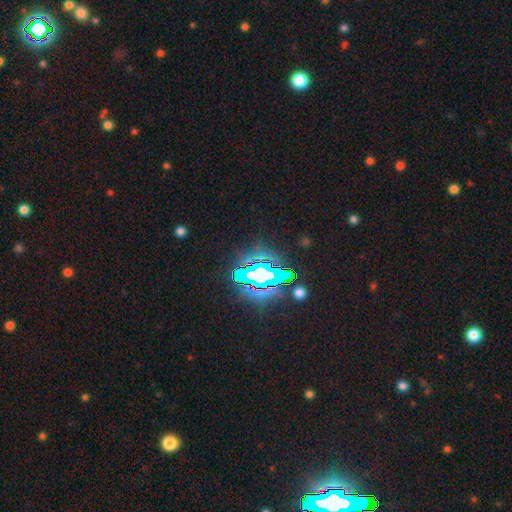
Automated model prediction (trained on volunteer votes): A star or artifact, not a galaxy (84%).